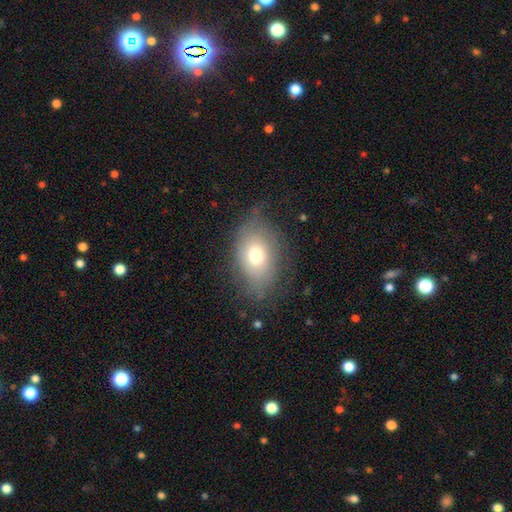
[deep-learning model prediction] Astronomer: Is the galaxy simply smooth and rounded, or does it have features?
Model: smooth — 65%.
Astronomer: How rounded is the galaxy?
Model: in between — 83%.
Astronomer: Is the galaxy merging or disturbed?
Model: none — 63%.